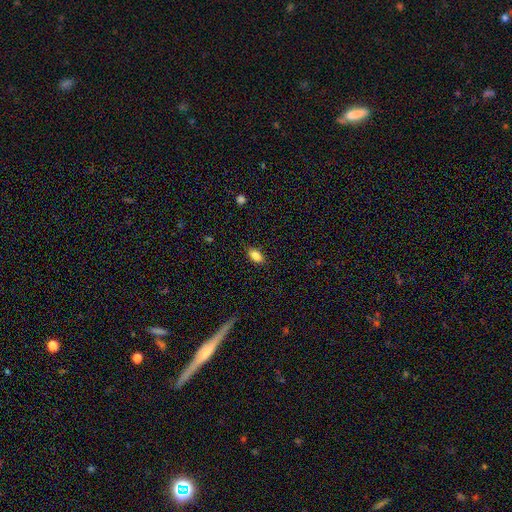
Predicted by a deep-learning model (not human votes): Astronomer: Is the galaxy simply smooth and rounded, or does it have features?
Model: smooth — 85%.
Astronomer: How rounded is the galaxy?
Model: in between — 88%.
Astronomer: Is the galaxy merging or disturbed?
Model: none — 85%.